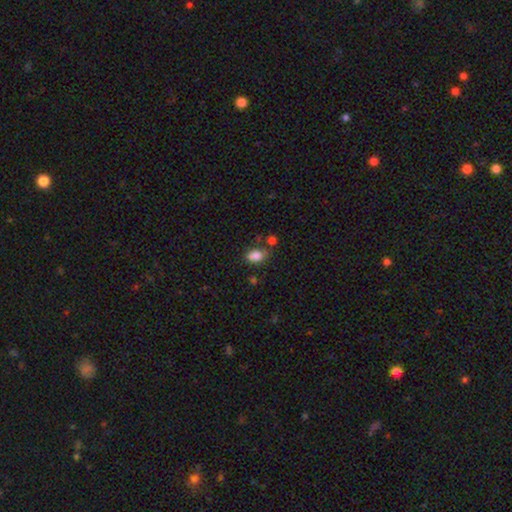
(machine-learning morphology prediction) Q: Smooth or featured?
A: smooth (82%); runner-up: star or artifact (10%)
Q: How rounded?
A: in between (83%); runner-up: round (15%)
Q: Merging?
A: none (62%); runner-up: minor disturbance (19%)